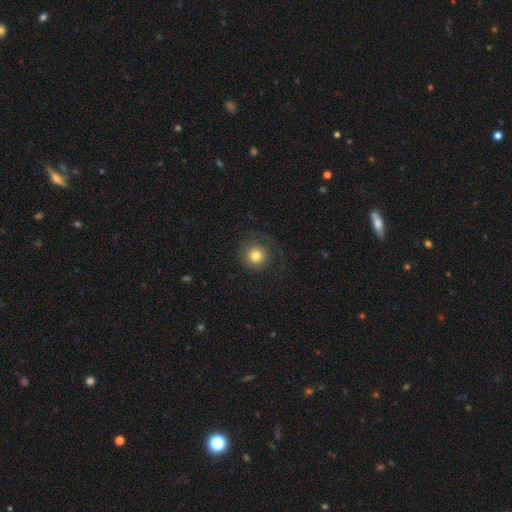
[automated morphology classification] Smooth or featured: smooth — 77% (featured or disk — 13%)
How rounded: round — 94% (in between — 5%)
Merging: none — 72% (minor disturbance — 13%)